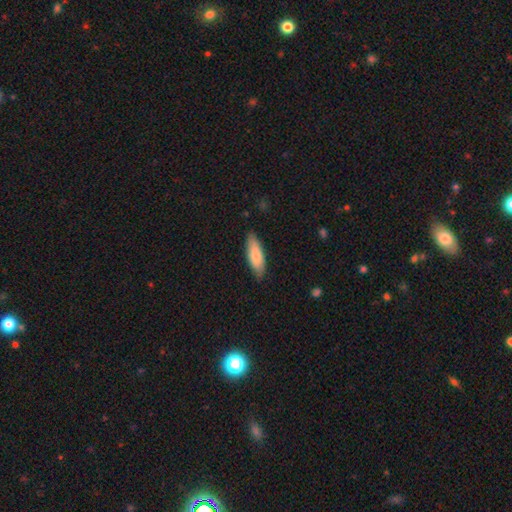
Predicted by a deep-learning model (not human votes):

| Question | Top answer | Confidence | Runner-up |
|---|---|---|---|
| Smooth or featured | smooth | 81% | featured or disk (14%) |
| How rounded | in between | 59% | cigar-shaped (39%) |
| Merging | none | 82% | minor disturbance (15%) |